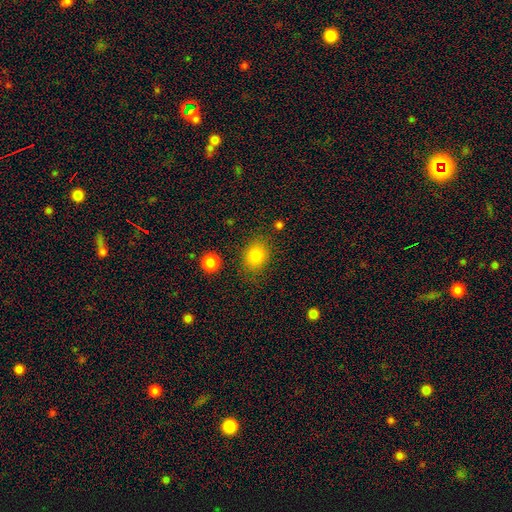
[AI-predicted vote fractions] Morphology: type=smooth (82%); roundness=in between (53%); merging=none (80%).